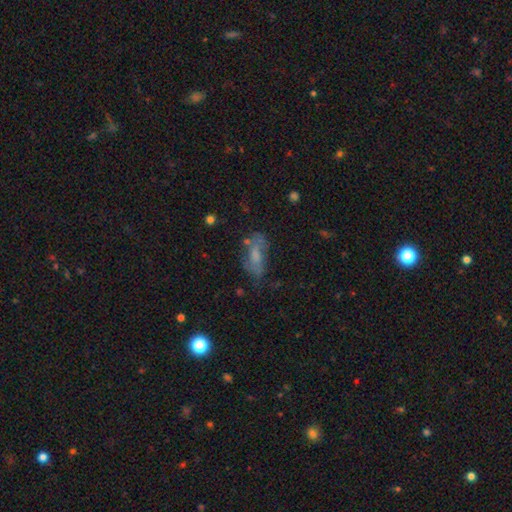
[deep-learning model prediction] Smooth or featured? smooth (50%)
How rounded? in between (77%)
Merging? none (46%)